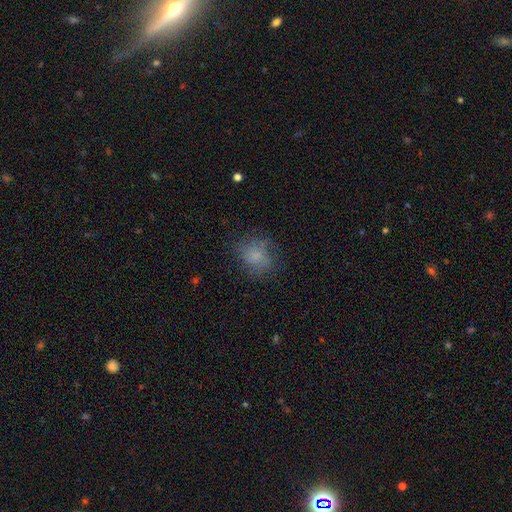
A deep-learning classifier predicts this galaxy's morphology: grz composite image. It shows a smooth galaxy with no disk features (70%) that is round (64%). Merging: none (65%).